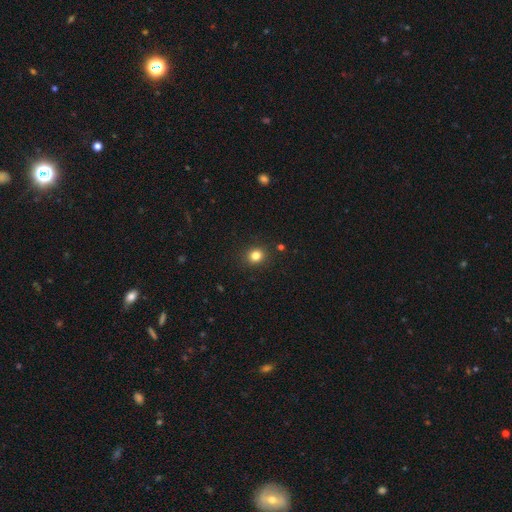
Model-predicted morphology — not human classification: This appears to be a smooth galaxy with no disk features (82%) that is round (76%). Merging: none (90%).